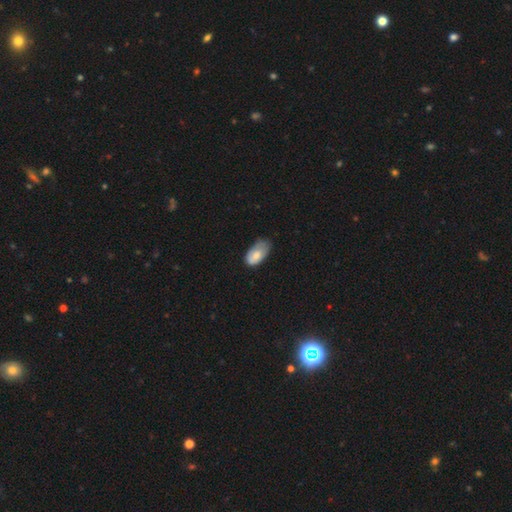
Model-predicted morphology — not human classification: Smooth or featured?
  - smooth: 75% *
  - featured or disk: 19%
  - star or artifact: 7%
How rounded?
  - in between: 94% *
  - round: 4%
  - cigar-shaped: 2%
Merging?
  - minor disturbance: 44% *
  - none: 40%
  - major disturbance: 15%
  - merger: 2%